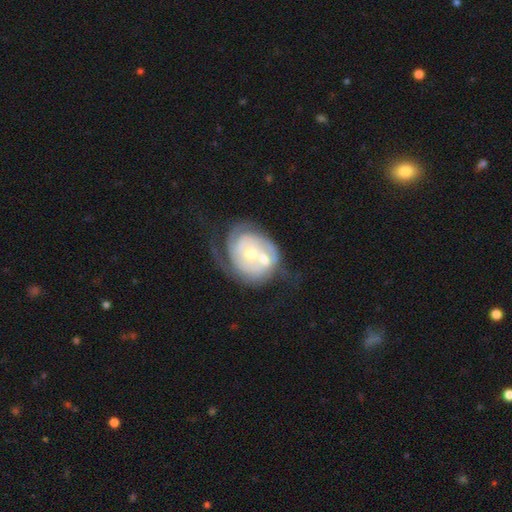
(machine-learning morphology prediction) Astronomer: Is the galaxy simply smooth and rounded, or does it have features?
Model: featured or disk — 77%.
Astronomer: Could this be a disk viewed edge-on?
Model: no — 97%.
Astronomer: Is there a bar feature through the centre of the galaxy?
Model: no — 74%.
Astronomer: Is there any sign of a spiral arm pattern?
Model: yes — 80%.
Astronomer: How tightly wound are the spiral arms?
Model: tight — 59%.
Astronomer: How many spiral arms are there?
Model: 2 — 38% (runner-up: can't tell, 35%).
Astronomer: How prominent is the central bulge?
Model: moderate — 51% (runner-up: small, 42%).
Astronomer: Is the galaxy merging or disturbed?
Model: merger — 49% (runner-up: none, 25%).